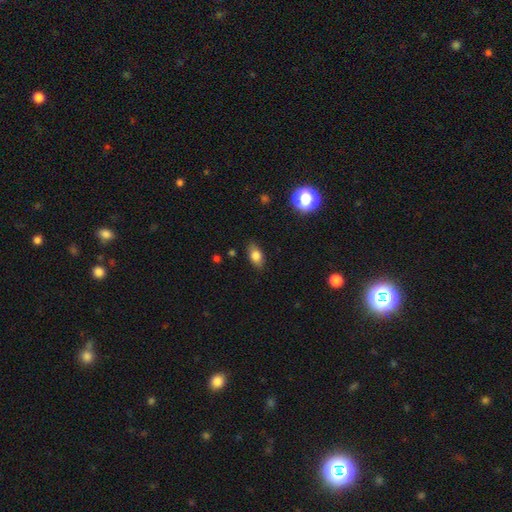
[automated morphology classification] smooth-or-featured: smooth: 79% | featured or disk: 11% | star or artifact: 10%
  how-rounded: in between: 85% | round: 10% | cigar-shaped: 6%
  merging: none: 84% | minor disturbance: 12% | major disturbance: 3% | merger: 1%